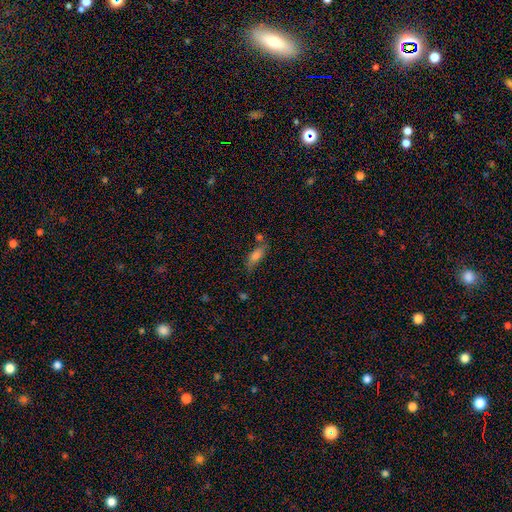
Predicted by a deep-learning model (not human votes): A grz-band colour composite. It shows a smooth galaxy with no disk features (67%) that is in between round and cigar-shaped (65%). Merging: none (52%).